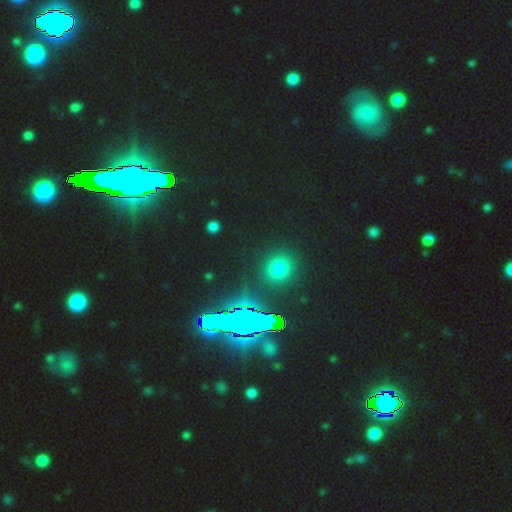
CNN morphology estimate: star or artifact 71%, smooth 18%, featured or disk 11%.